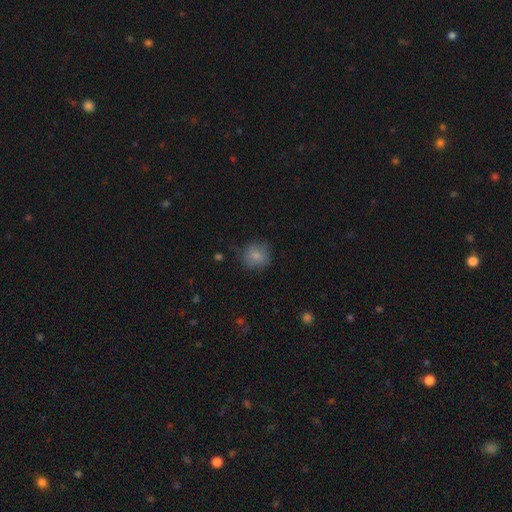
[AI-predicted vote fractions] smooth-or-featured: smooth: 80% | featured or disk: 11% | star or artifact: 9%
  how-rounded: round: 84% | in between: 15% | cigar-shaped: 1%
  merging: none: 69% | minor disturbance: 22% | major disturbance: 7% | merger: 2%